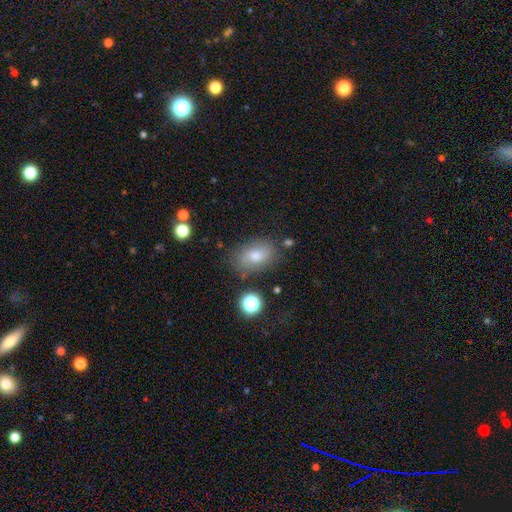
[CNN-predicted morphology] This appears to be a smooth galaxy with no disk features (70%) that is in between round and cigar-shaped (85%). Merging: none (76%).